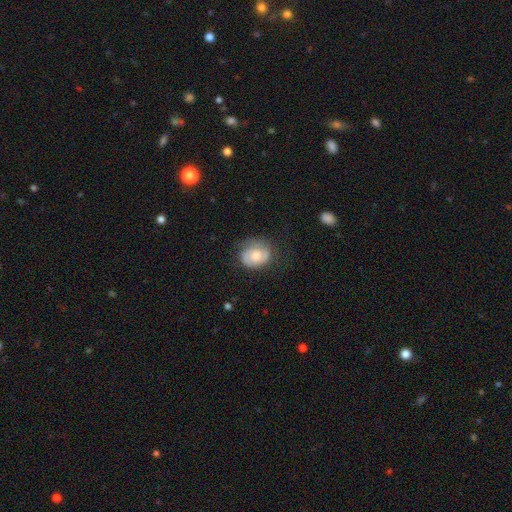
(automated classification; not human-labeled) Q: Smooth or featured?
A: featured or disk (54%); runner-up: smooth (39%)
Q: Edge-on disk?
A: no (97%); runner-up: yes (3%)
Q: Bar?
A: no (69%); runner-up: weak (26%)
Q: Spiral arms?
A: yes (83%); runner-up: no (17%)
Q: Bulge size?
A: moderate (58%); runner-up: small (21%)
Q: Merging?
A: none (66%); runner-up: minor disturbance (23%)